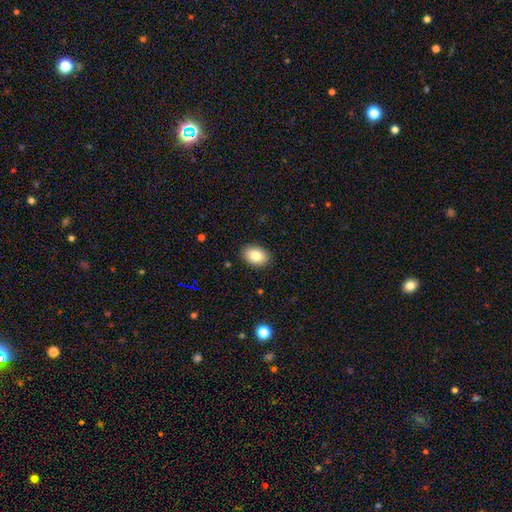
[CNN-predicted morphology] The model was most divided on "how rounded": in between: 77%, round: 23%, cigar-shaped: 1%. More confident: merging — none (89%); smooth or featured — smooth (83%).